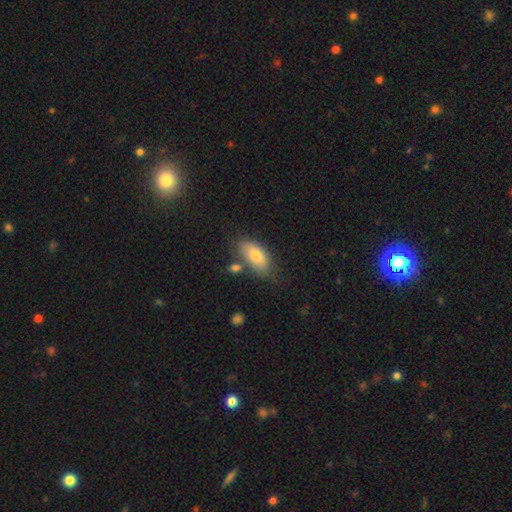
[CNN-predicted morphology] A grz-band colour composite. It shows a smooth galaxy with no disk features (75%) that is in between round and cigar-shaped (90%). Merging: none (65%).